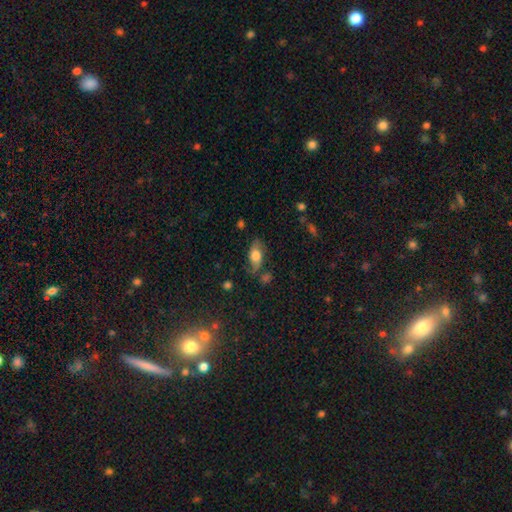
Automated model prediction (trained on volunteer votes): Smooth or featured?
  - smooth: 53% *
  - featured or disk: 38%
  - star or artifact: 8%
How rounded?
  - in between: 84% *
  - cigar-shaped: 9%
  - round: 7%
Merging?
  - none: 63% *
  - minor disturbance: 23%
  - major disturbance: 9%
  - merger: 4%